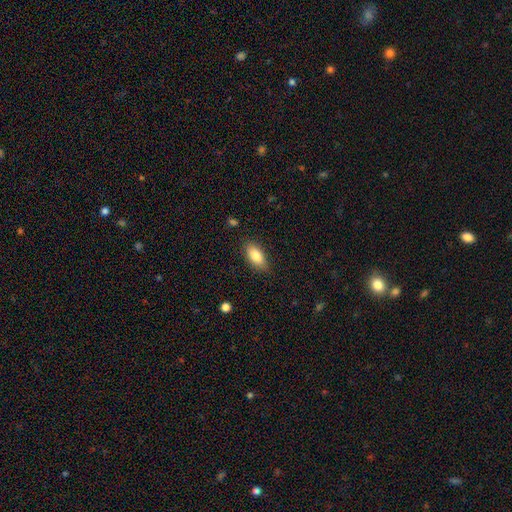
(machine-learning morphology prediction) Smooth or featured? smooth (83%)
How rounded? in between (89%)
Merging? none (83%)